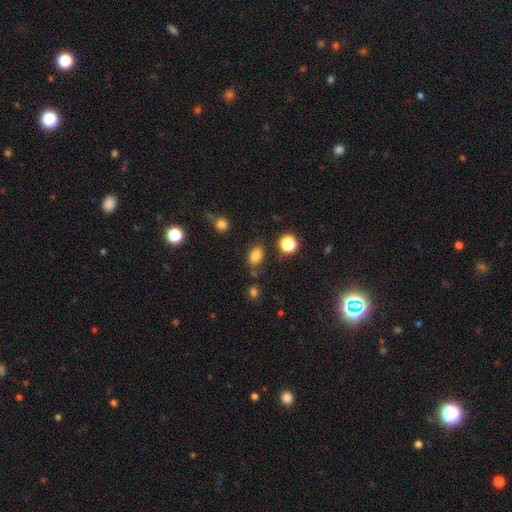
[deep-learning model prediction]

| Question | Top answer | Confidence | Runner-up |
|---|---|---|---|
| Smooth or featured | smooth | 81% | star or artifact (14%) |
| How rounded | in between | 80% | round (18%) |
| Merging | none | 77% | minor disturbance (14%) |